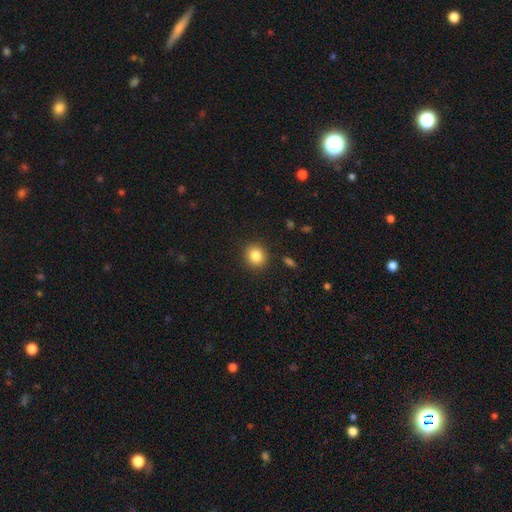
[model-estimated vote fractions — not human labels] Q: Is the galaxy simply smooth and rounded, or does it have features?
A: smooth — 84%.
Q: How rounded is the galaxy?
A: round — 86%.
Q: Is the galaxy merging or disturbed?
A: none — 91%.